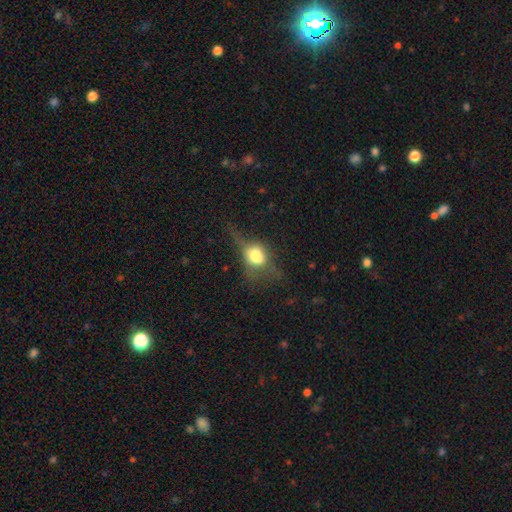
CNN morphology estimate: Smooth or featured: smooth — 53% (featured or disk — 35%)
How rounded: in between — 54% (round — 41%)
Merging: none — 39% (major disturbance — 34%)